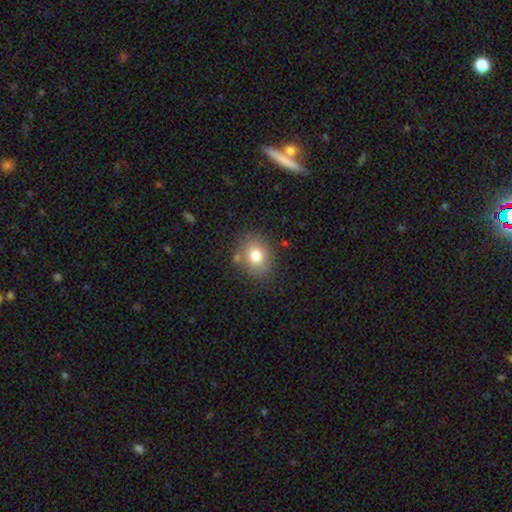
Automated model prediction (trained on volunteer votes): A smooth galaxy with no disk features (77%) that is round (56%). Merging: none (79%).